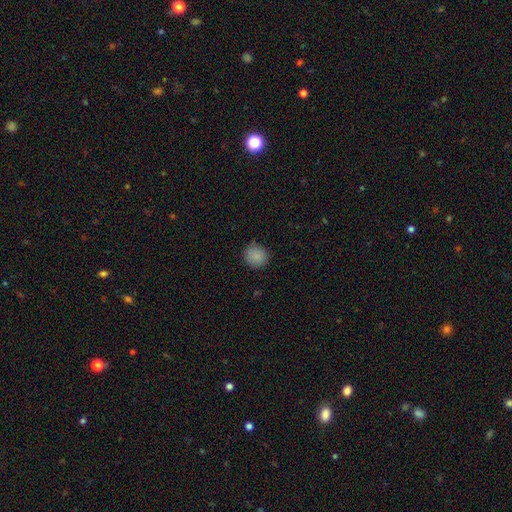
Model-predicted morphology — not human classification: Smooth or featured? smooth (88%)
How rounded? round (88%)
Merging? none (83%)